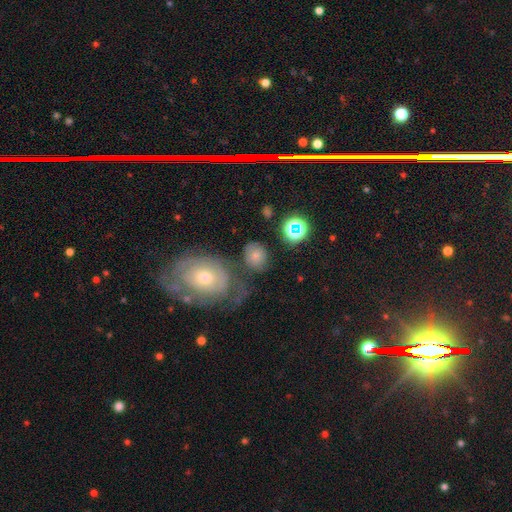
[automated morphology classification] This appears to be a smooth galaxy with no disk features (68%) that is round (60%). Merging: none (63%).